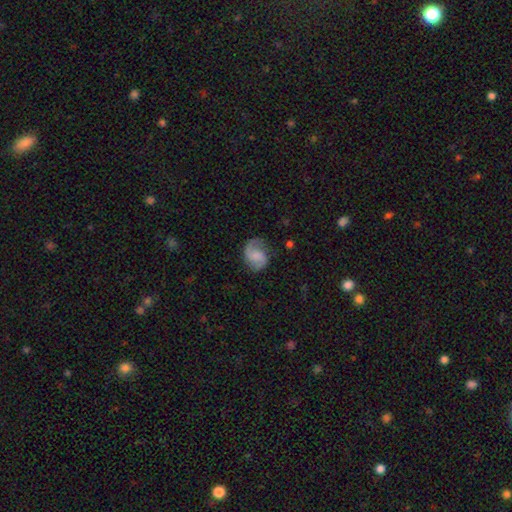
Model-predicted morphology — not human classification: smooth_or_featured: featured or disk (p=0.74) [alt: smooth p=0.20]
disk_edge_on: no (p=0.98) [alt: yes p=0.02]
bar: no (p=0.50) [alt: weak p=0.42]
has_spiral_arms: yes (p=0.96) [alt: no p=0.04]
spiral_winding: medium (p=0.46) [alt: loose p=0.38]
spiral_arm_count: 2 (p=0.84) [alt: 1 p=0.10]
bulge_size: none (p=0.42) [alt: small p=0.24]
merging: none (p=0.73) [alt: minor disturbance p=0.18]